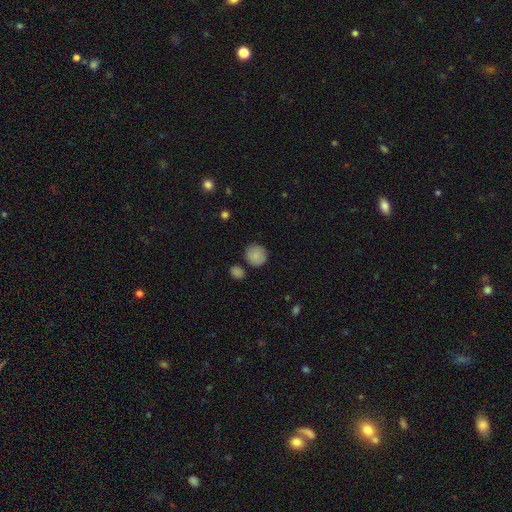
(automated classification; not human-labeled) Smooth or featured? Predicted: smooth (p=0.85). How rounded? Predicted: round (p=0.89). Merging? Predicted: none (p=0.80).